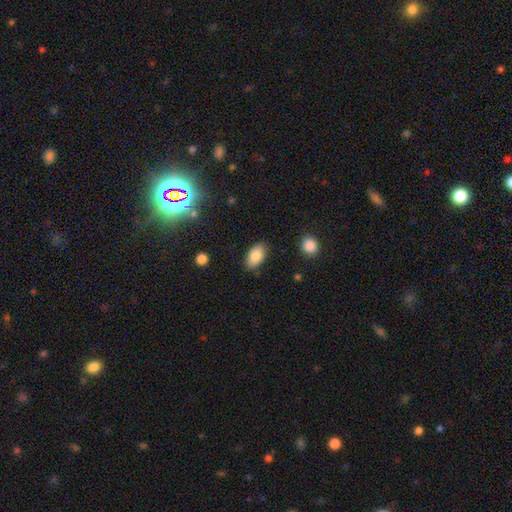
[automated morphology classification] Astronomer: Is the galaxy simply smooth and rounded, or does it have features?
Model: smooth — 83%.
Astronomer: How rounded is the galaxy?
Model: in between — 92%.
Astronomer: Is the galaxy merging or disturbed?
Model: none — 84%.